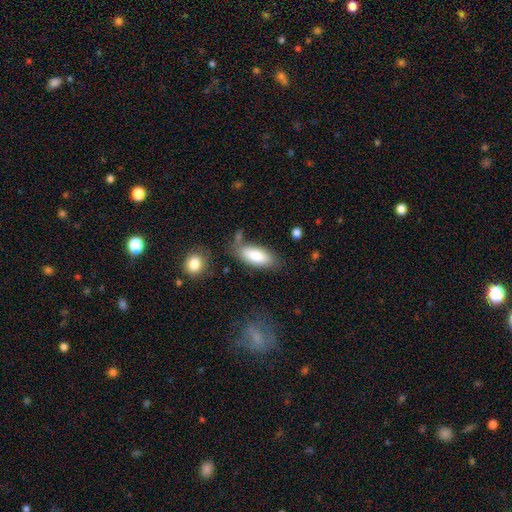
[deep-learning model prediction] The model was most divided on "merging": none: 63%, minor disturbance: 20%, merger: 10%, major disturbance: 8%. More confident: how rounded — in between (84%); smooth or featured — smooth (83%).